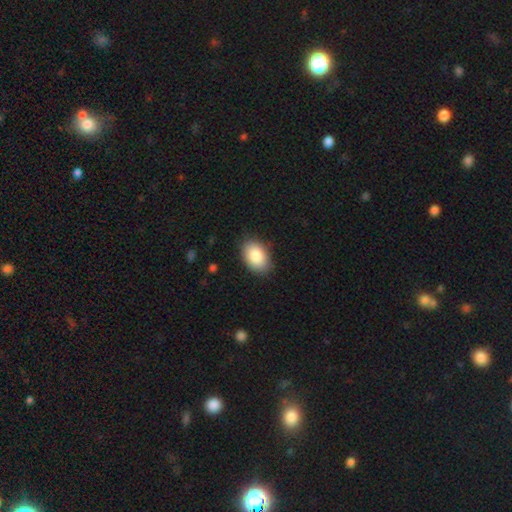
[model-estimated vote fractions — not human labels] smooth_or_featured: smooth (p=0.87) [alt: featured or disk p=0.07]
how_rounded: in between (p=0.89) [alt: round p=0.10]
merging: none (p=0.85) [alt: minor disturbance p=0.12]